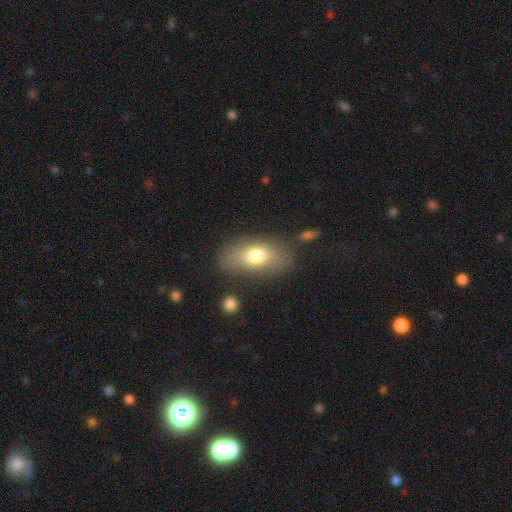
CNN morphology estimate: A smooth galaxy with no disk features (73%) that is in between round and cigar-shaped (88%).

Vote fractions:
- Smooth or featured? smooth: 73% / featured or disk: 18% / star or artifact: 9%
- How rounded? in between: 88% / round: 8% / cigar-shaped: 4%
- Merging? none: 73% / minor disturbance: 16% / major disturbance: 7% / merger: 4%